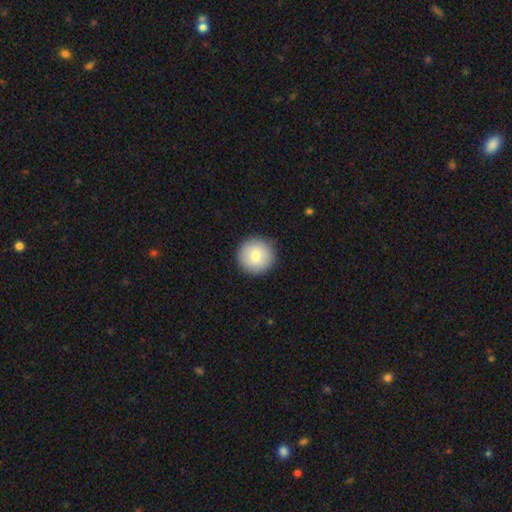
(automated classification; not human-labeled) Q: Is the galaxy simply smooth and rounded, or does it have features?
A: smooth — 82%.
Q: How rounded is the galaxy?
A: round — 96%.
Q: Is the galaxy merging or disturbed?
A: none — 92%.